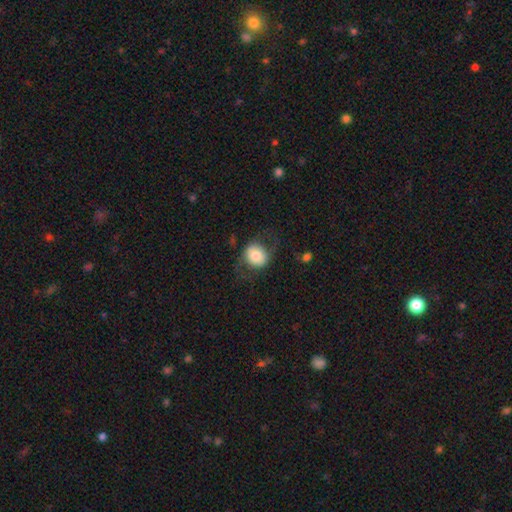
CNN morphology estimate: Smooth or featured? Predicted: smooth (p=0.65). How rounded? Predicted: round (p=0.76). Merging? Predicted: none (p=0.63).